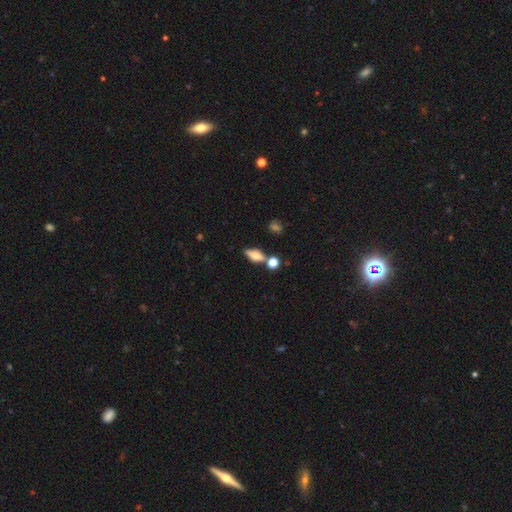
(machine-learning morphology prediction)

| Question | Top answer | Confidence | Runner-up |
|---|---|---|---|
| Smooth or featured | smooth | 62% | featured or disk (28%) |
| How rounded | in between | 68% | cigar-shaped (23%) |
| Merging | none | 60% | merger (18%) |